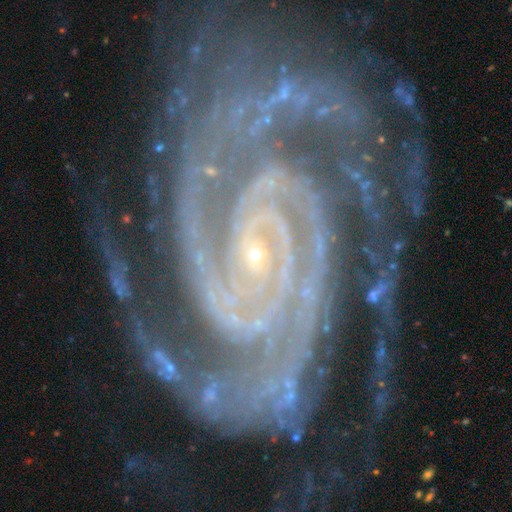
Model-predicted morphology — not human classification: Smooth or featured? featured or disk (93%)
Edge-on disk? no (98%)
Bar? no (56%)
Spiral arms? yes (99%)
Spiral winding? tight (70%)
Spiral arm count? 2 (63%)
Bulge size? small (86%)
Merging? none (66%)